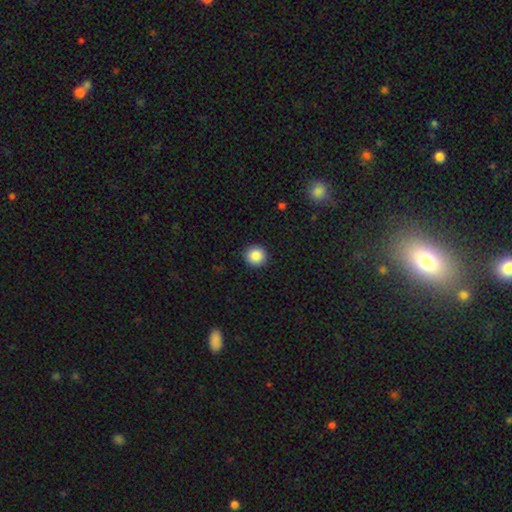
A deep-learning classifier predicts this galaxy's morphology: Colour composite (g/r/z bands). It shows a smooth galaxy with no disk features (87%) that is round (94%). Merging: none (92%).